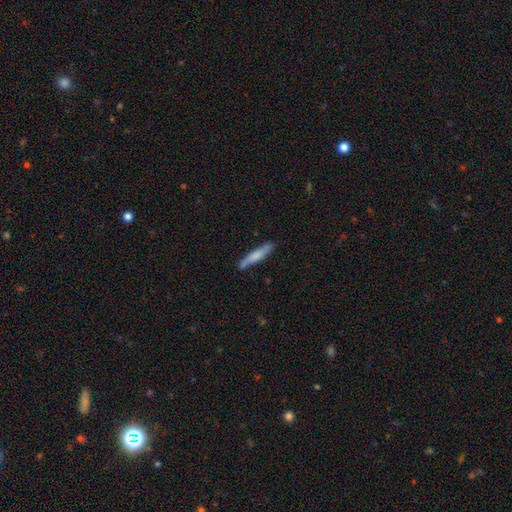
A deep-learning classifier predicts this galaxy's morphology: type=smooth (63%); roundness=cigar-shaped (92%); merging=none (82%).